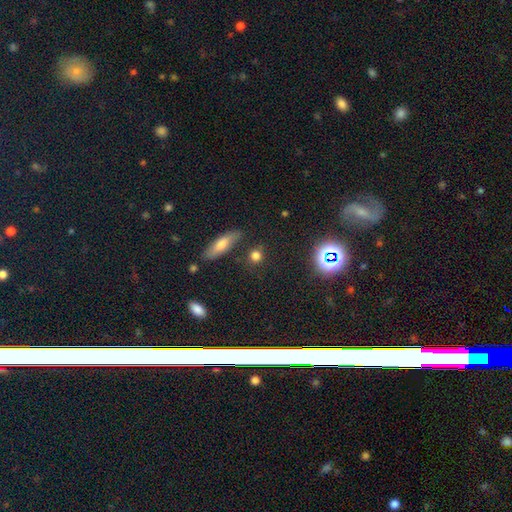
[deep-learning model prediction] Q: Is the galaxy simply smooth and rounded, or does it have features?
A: smooth — 73%.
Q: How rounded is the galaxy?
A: round — 81%.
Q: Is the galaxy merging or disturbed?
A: none — 81%.